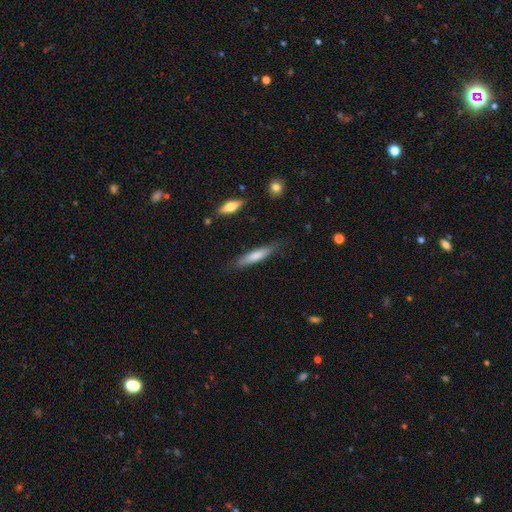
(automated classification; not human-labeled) Overall: smooth (72%). How rounded: cigar-shaped (80%). Merging: none (80%).